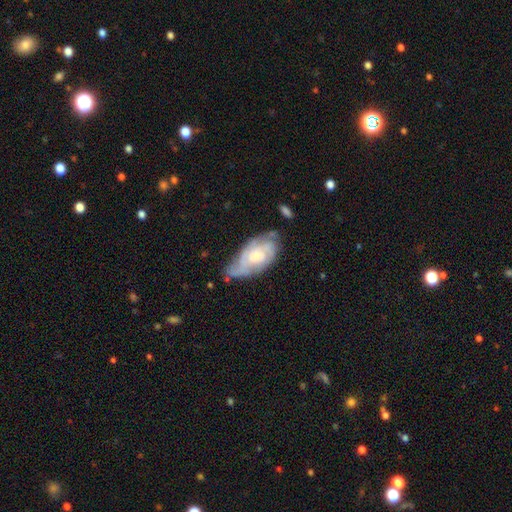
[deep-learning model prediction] This appears to be a featured or disk galaxy (71%) with no bar (72%), tight (51%) spiral arms (88%) and a small central bulge (50%). Merging: none (48%).